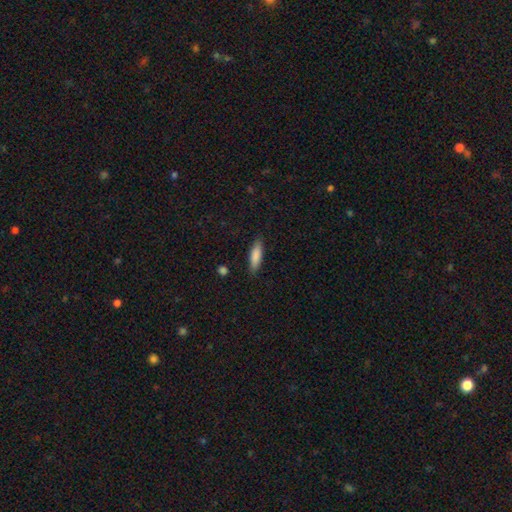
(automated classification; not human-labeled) Overall: smooth (82%). How rounded: cigar-shaped (62%; in between 36%). Merging: none (86%).